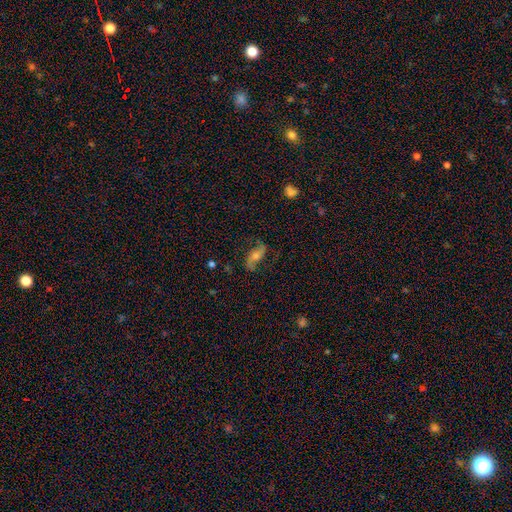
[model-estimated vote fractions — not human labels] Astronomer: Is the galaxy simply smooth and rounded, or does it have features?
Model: featured or disk — 73%.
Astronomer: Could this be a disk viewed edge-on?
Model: no — 91%.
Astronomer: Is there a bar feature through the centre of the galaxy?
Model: no — 54% (runner-up: weak, 30%).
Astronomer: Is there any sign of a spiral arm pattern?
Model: yes — 93%.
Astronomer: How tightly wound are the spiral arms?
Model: loose — 66%.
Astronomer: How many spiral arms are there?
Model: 2 — 92%.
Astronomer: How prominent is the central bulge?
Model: moderate — 56%.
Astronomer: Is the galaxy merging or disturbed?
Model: none — 76%.